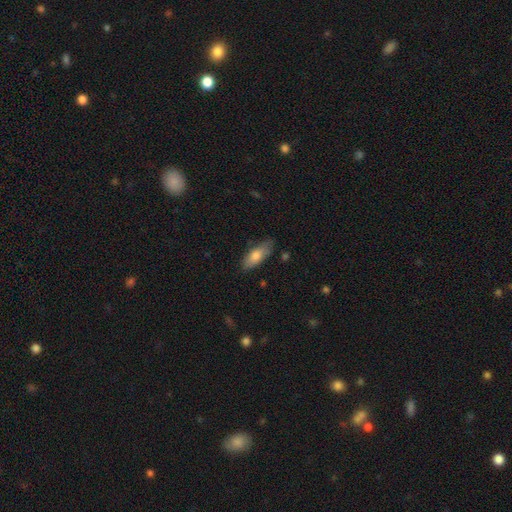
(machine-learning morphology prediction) Overall: smooth (74%). How rounded: in between (74%). Merging: none (76%).